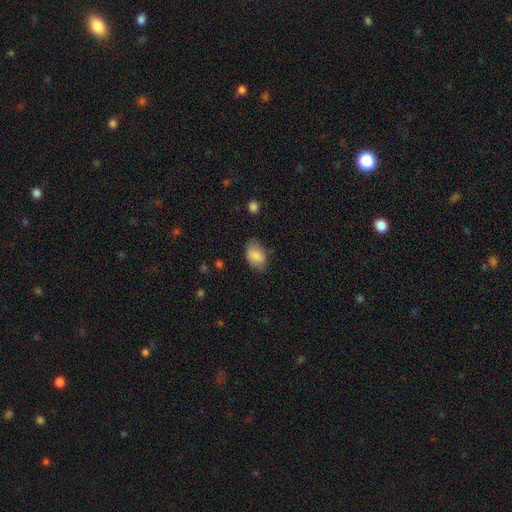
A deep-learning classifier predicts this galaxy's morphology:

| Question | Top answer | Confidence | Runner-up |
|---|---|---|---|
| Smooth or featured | smooth | 86% | star or artifact (7%) |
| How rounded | in between | 85% | round (14%) |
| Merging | none | 70% | minor disturbance (23%) |